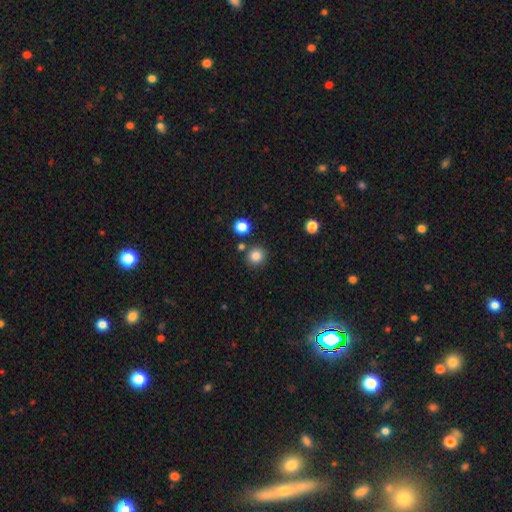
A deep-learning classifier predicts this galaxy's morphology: smooth 84%, star or artifact 12%, featured or disk 4%. Down the decision tree: how rounded — round (90%); merging — none (83%).